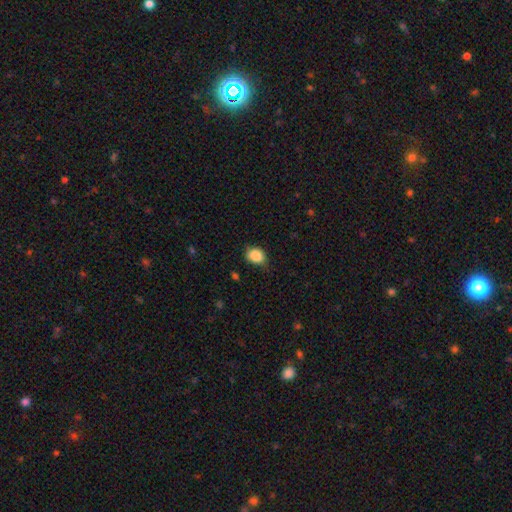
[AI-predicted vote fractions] This is clearly a smooth galaxy (87%). How rounded: possibly in between (50%). Merging: likely none (66%).